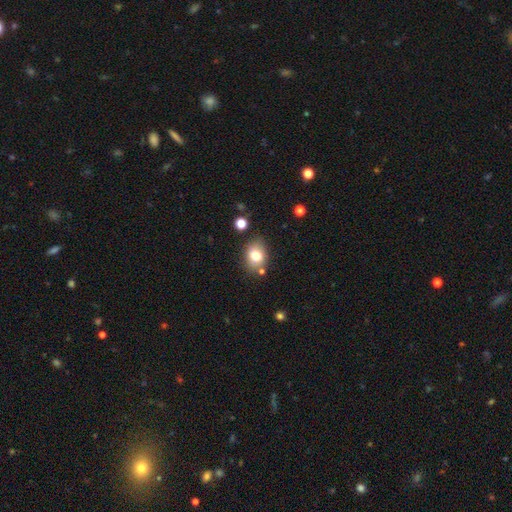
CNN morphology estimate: Q: Smooth or featured?
A: smooth (77%); runner-up: featured or disk (12%)
Q: How rounded?
A: in between (59%); runner-up: round (40%)
Q: Merging?
A: none (76%); runner-up: minor disturbance (15%)